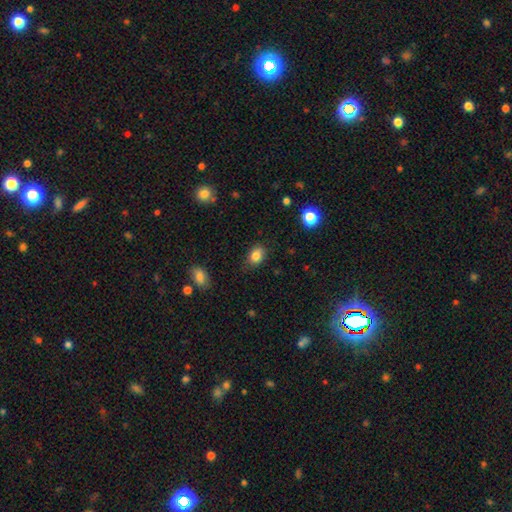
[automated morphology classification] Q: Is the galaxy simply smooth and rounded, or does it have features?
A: smooth — 83%.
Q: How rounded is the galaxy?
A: in between — 71%.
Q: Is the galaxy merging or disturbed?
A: none — 82%.